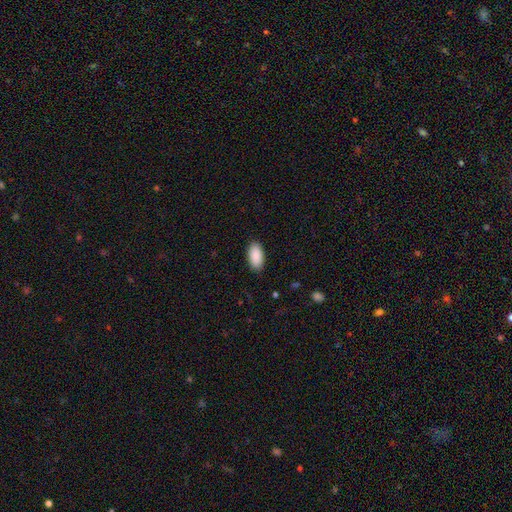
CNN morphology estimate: Smooth or featured? smooth (91%)
How rounded? in between (95%)
Merging? none (89%)